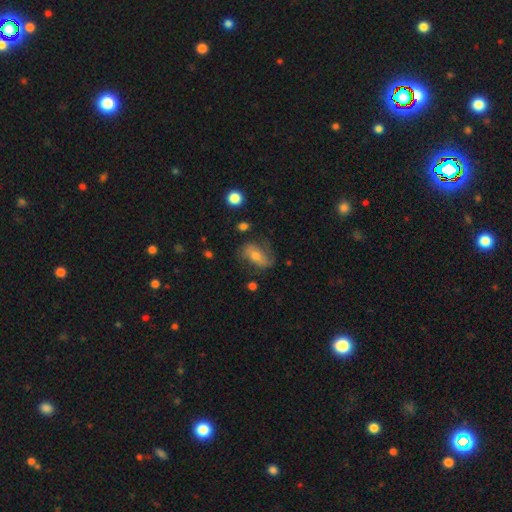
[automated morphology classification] A featured or disk galaxy (46%). Merging: none (62%).